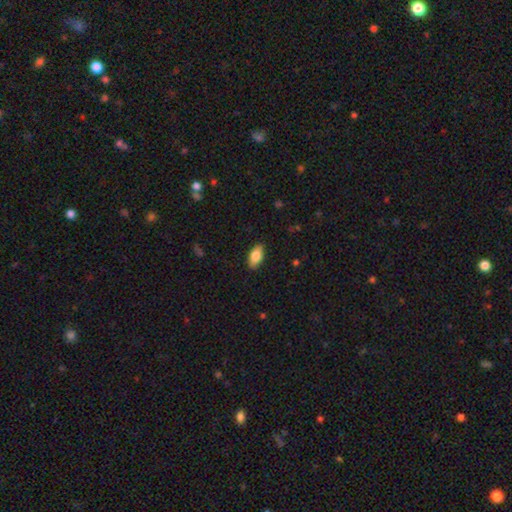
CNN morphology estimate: Smooth or featured? smooth (80%)
How rounded? in between (90%)
Merging? none (87%)